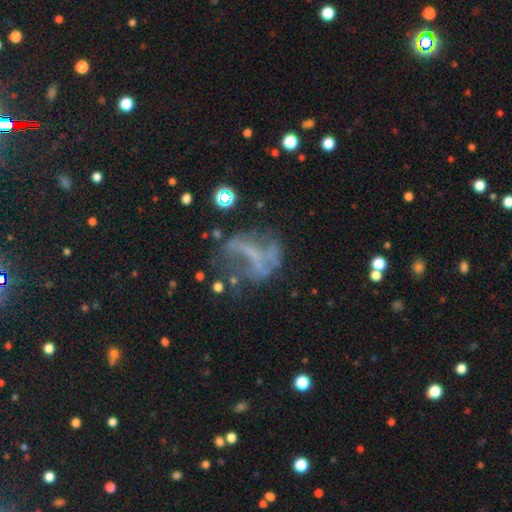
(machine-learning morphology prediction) This is possibly a featured or disk galaxy (57%). It is clearly not viewed edge-on (95%). Bar: possibly no (58%). Spiral arm pattern: likely no (70%). Central bulge: likely none (78%). Merging: marginally none (39%).